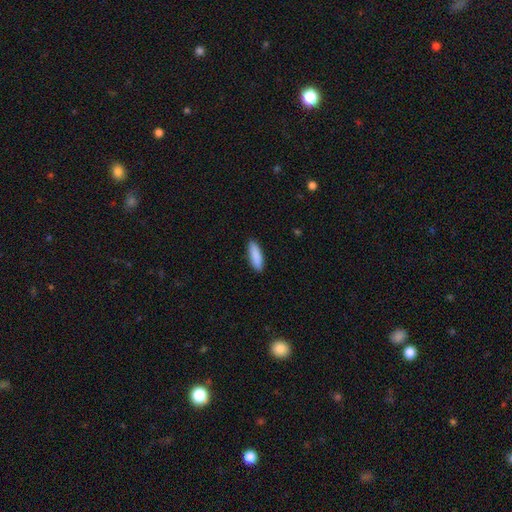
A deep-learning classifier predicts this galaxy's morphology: Smooth or featured?
  - smooth: 89% *
  - star or artifact: 6%
  - featured or disk: 5%
How rounded?
  - cigar-shaped: 49% * (tied)
  - in between: 49% * (tied)
  - round: 2%
Merging?
  - none: 89% *
  - minor disturbance: 8%
  - major disturbance: 2%
  - merger: 1%